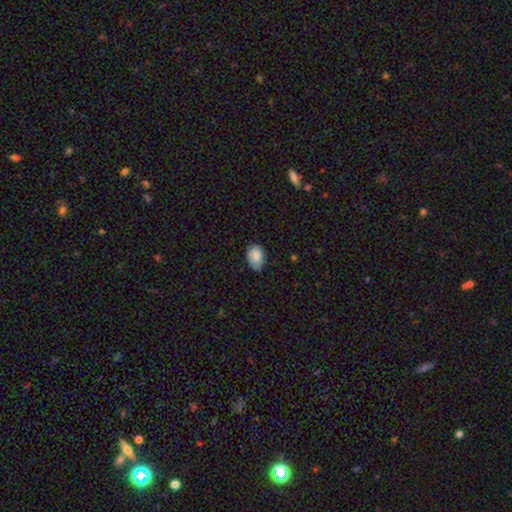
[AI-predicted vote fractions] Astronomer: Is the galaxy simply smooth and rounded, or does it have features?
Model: smooth — 82%.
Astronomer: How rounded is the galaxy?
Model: in between — 80%.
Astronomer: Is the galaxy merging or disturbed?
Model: none — 66%.